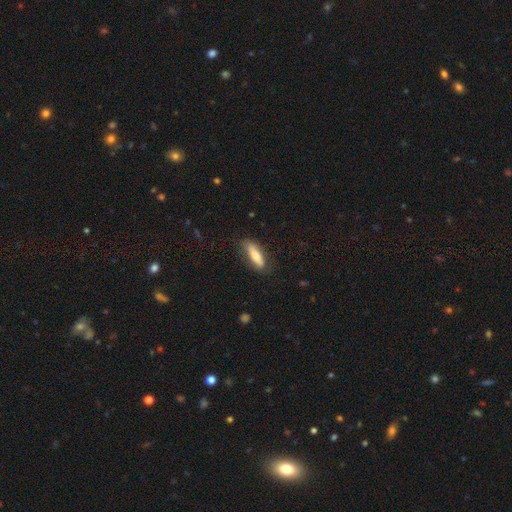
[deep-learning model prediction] smooth-or-featured: smooth: 66% | featured or disk: 28% | star or artifact: 6%
  how-rounded: cigar-shaped: 51% | in between: 47% | round: 2%
  merging: none: 77% | minor disturbance: 17% | major disturbance: 5% | merger: 1%